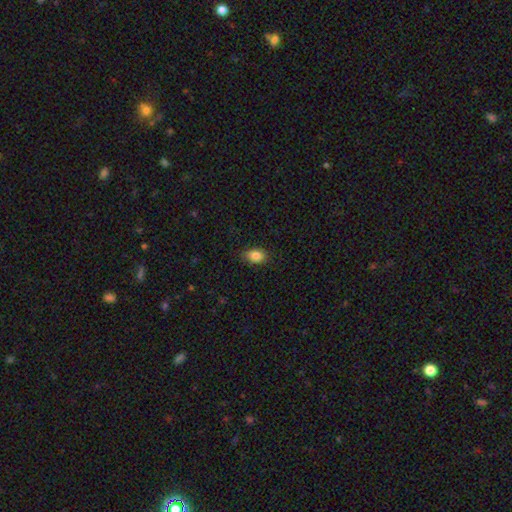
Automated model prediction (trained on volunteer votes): smooth 85%, star or artifact 9%, featured or disk 6%. Down the decision tree: how rounded — in between (84%); merging — none (83%).